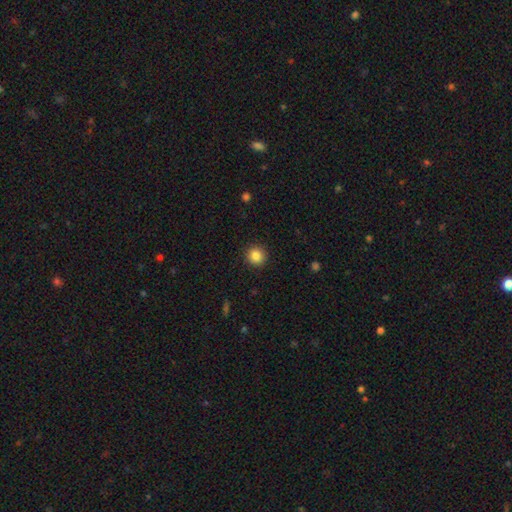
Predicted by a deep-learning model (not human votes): Smooth or featured: smooth — 85% (star or artifact — 10%)
How rounded: round — 94% (in between — 5%)
Merging: none — 92% (minor disturbance — 5%)